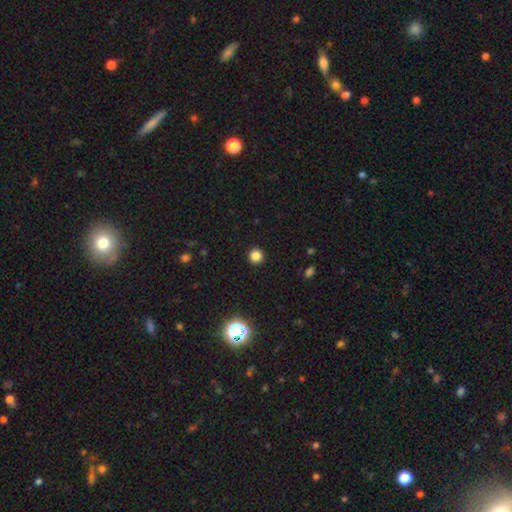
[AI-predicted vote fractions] smooth_or_featured: smooth (p=0.83) [alt: star or artifact p=0.14]
how_rounded: round (p=0.95) [alt: in between p=0.04]
merging: none (p=0.93) [alt: minor disturbance p=0.04]